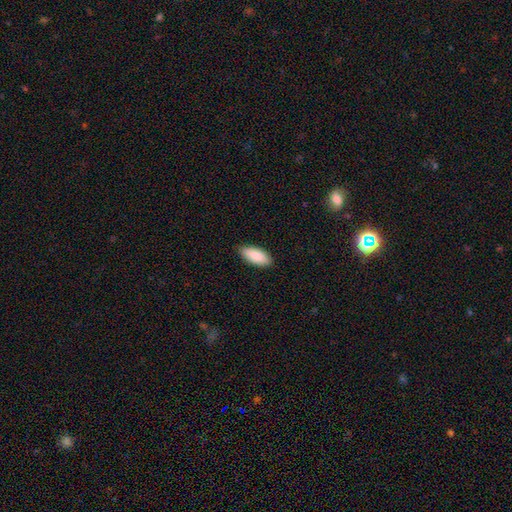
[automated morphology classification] Smooth or featured? smooth (89%)
How rounded? in between (87%)
Merging? none (88%)